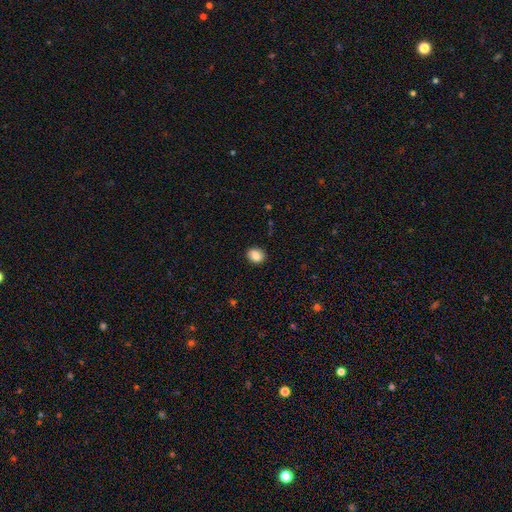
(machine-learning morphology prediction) This is clearly a smooth galaxy (87%). How rounded: possibly round (58%). Merging: clearly none (87%).